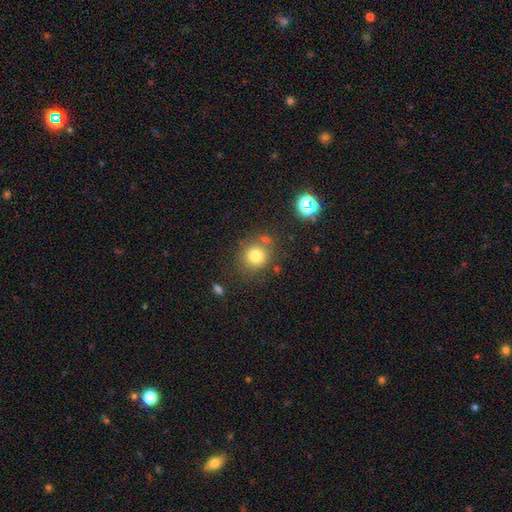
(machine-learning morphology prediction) The model was most divided on "merging": none: 73%, minor disturbance: 12%, merger: 10%, major disturbance: 4%. More confident: how rounded — round (84%); smooth or featured — smooth (78%).